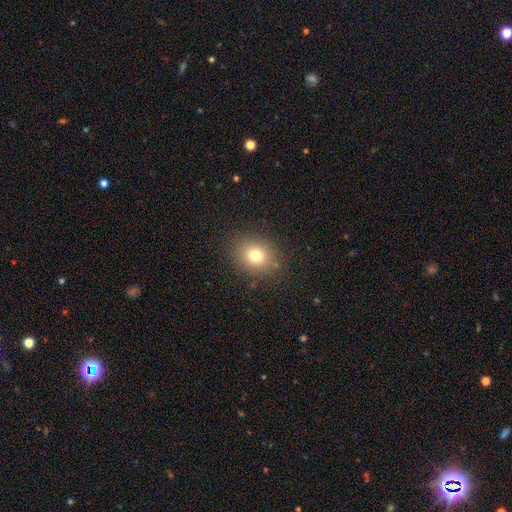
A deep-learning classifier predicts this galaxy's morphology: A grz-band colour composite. It shows a smooth galaxy with no disk features (76%) that is round (59%). Merging: none (86%).